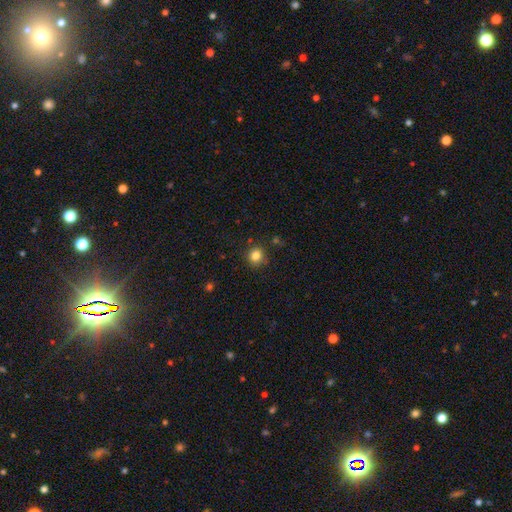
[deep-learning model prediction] smooth_or_featured: smooth (p=0.83) [alt: star or artifact p=0.12]
how_rounded: round (p=0.89) [alt: in between p=0.10]
merging: none (p=0.86) [alt: minor disturbance p=0.09]